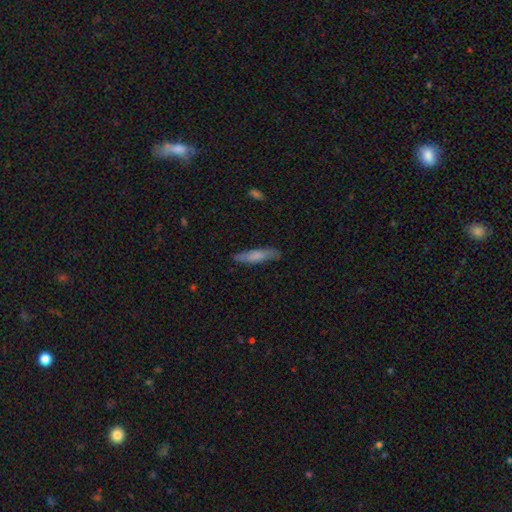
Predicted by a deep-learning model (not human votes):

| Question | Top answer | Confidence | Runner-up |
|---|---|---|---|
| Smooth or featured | smooth | 70% | featured or disk (24%) |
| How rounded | cigar-shaped | 79% | in between (19%) |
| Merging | none | 82% | minor disturbance (14%) |